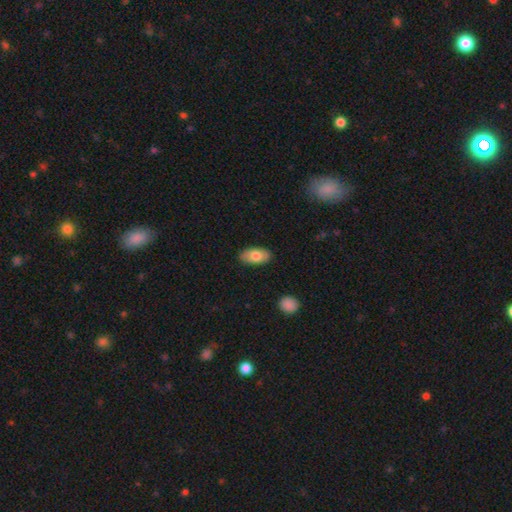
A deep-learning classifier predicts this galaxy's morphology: Smooth or featured? Predicted: smooth (p=0.78). How rounded? Predicted: in between (p=0.94). Merging? Predicted: none (p=0.88).